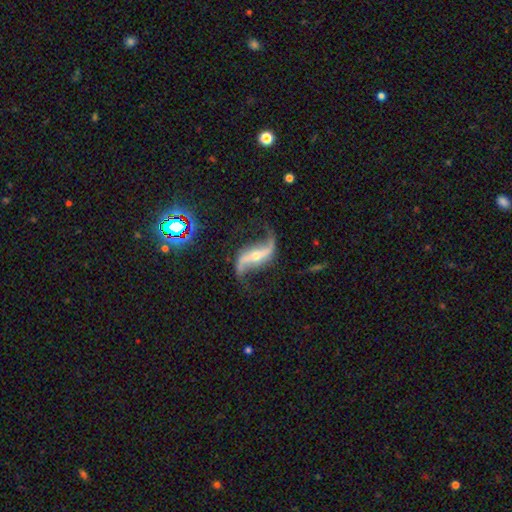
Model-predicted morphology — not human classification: Smooth or featured? Predicted: featured or disk (p=0.91). Edge-on disk? Predicted: no (p=0.95). Bar? Predicted: strong (p=0.54). Spiral arms? Predicted: yes (p=0.97). Spiral winding? Predicted: loose (p=0.90). Spiral arm count? Predicted: 2 (p=0.94). Bulge size? Predicted: small (p=0.59). Merging? Predicted: none (p=0.77).